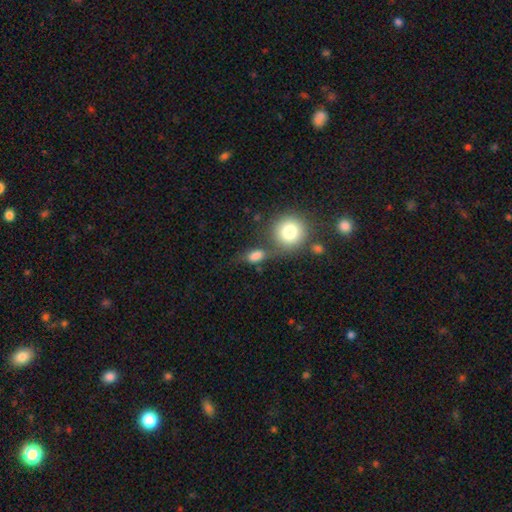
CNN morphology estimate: Overall: smooth (77%). How rounded: in between (69%). Merging: none (46%; merger 24%).